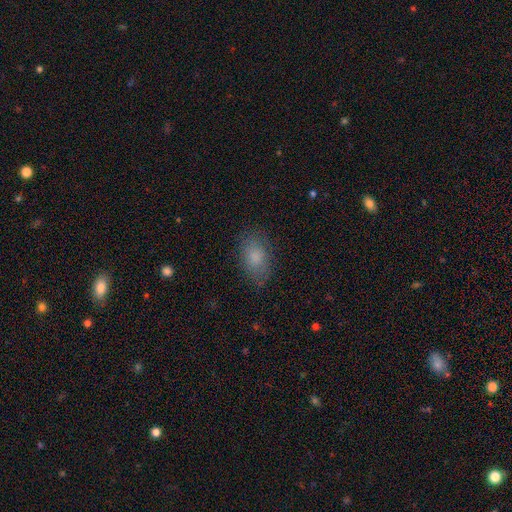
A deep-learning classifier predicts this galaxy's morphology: smooth 77%, featured or disk 12%, star or artifact 11%. Down the decision tree: how rounded — in between (87%); merging — none (80%).